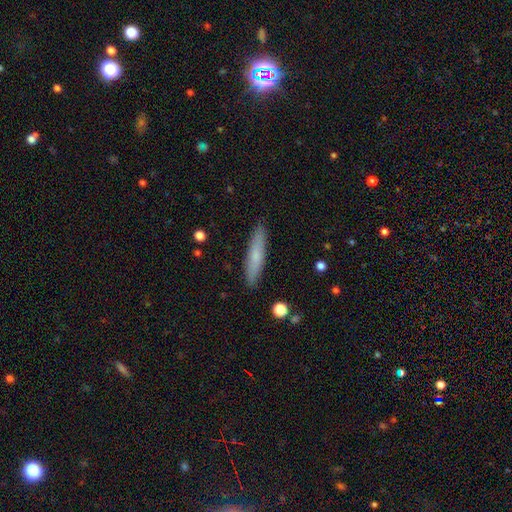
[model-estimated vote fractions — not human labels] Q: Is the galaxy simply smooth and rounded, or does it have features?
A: smooth — 69%.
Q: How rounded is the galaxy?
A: cigar-shaped — 89%.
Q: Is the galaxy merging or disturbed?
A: none — 90%.